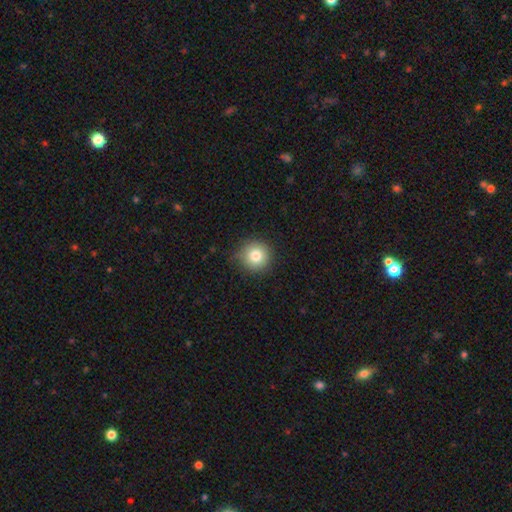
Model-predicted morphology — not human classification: This appears to be a smooth galaxy with no disk features (81%) that is round (94%). Merging: none (84%).